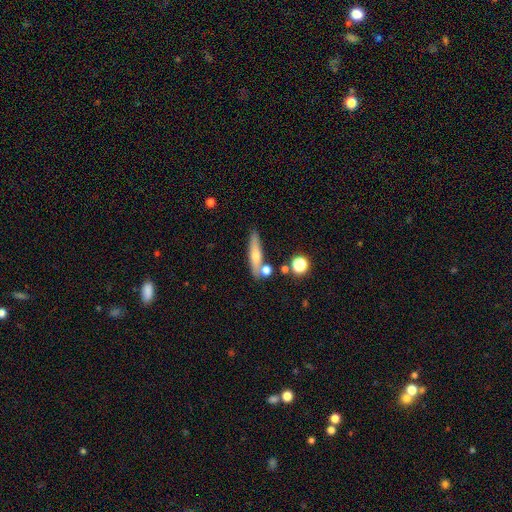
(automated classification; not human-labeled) Smooth or featured? Predicted: smooth (p=0.55). How rounded? Predicted: cigar-shaped (p=0.76). Merging? Predicted: none (p=0.70).